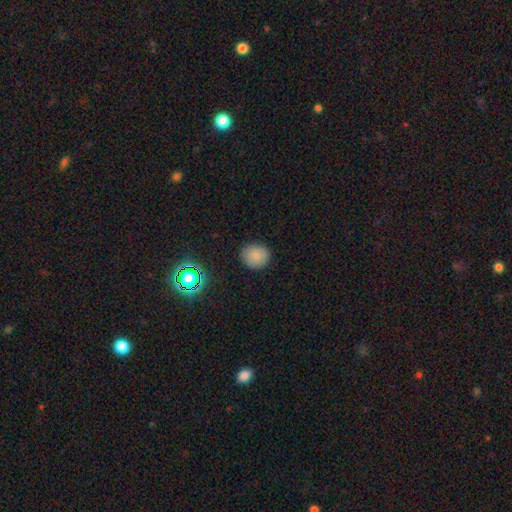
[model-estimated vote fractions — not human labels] smooth 81%, star or artifact 13%, featured or disk 6%. Down the decision tree: how rounded — round (82%); merging — none (88%).